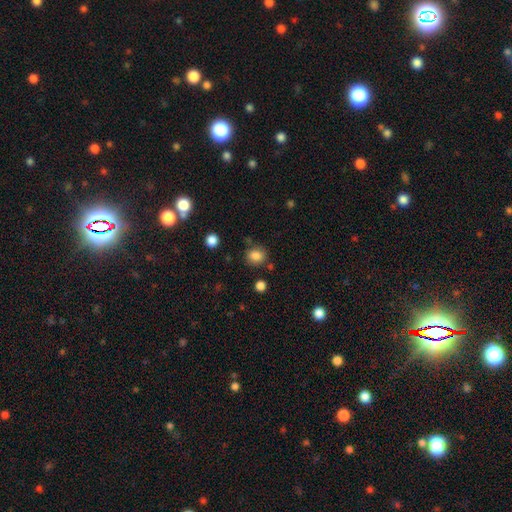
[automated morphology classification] type=smooth (84%); roundness=round (69%); merging=none (78%).